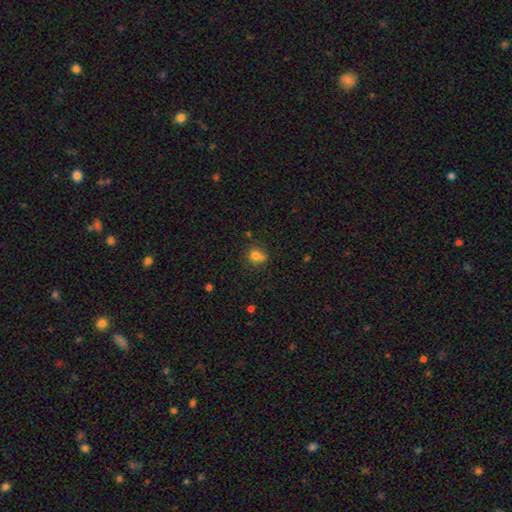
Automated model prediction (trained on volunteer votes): smooth 75%, star or artifact 14%, featured or disk 11%. Down the decision tree: how rounded — round (75%); merging — none (48%).